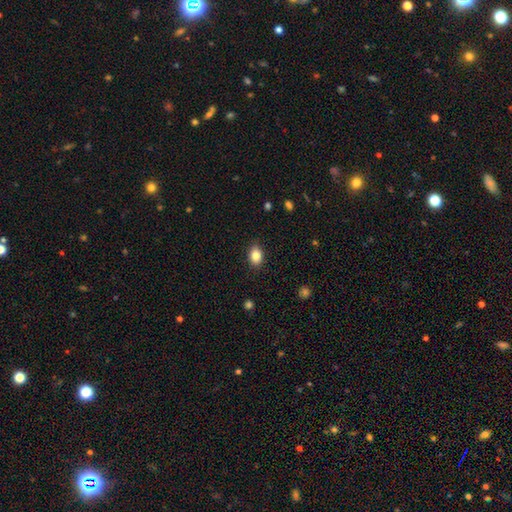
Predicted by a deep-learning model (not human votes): smooth-or-featured: smooth: 85% | star or artifact: 9% | featured or disk: 6%
  how-rounded: in between: 75% | round: 23% | cigar-shaped: 1%
  merging: none: 88% | minor disturbance: 9% | major disturbance: 2% | merger: 1%